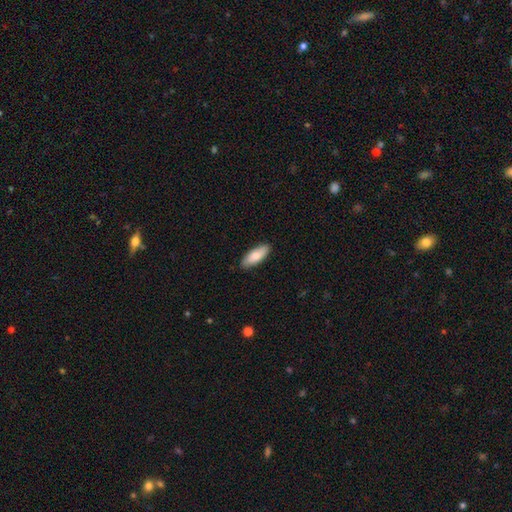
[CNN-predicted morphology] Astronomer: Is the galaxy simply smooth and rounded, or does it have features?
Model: smooth — 82%.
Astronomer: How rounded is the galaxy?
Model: in between — 67%.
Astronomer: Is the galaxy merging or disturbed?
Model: none — 88%.